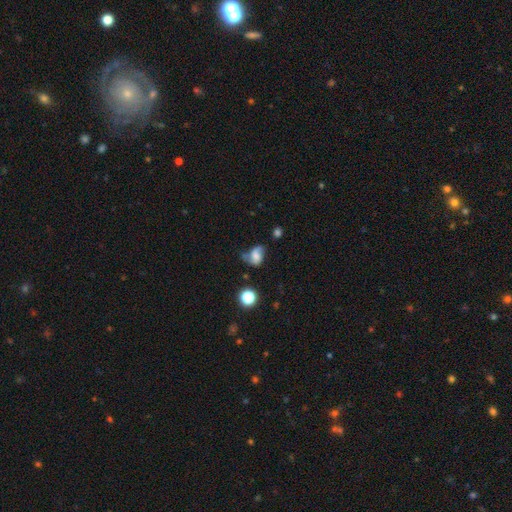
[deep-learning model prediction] Morphology: type=smooth (54%); roundness=in between (68%); merging=none (36%).